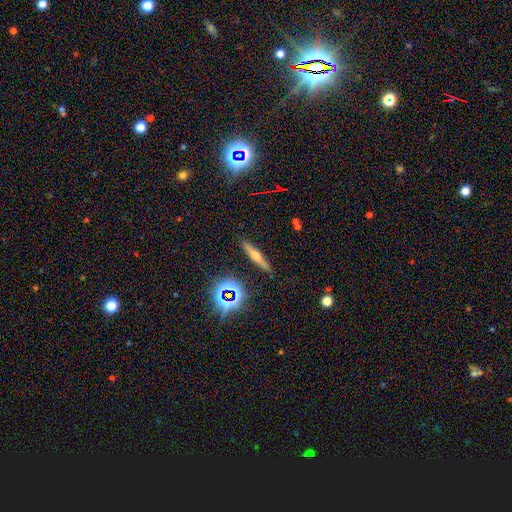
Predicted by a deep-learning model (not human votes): featured or disk 47%, smooth 34%, star or artifact 19%. Down the decision tree: merging — none (89%).